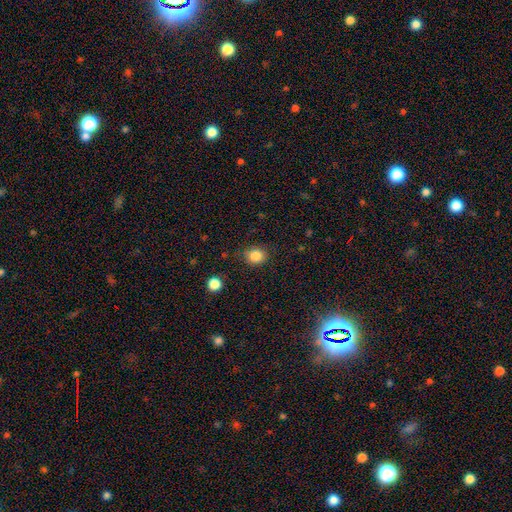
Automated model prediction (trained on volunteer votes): Smooth or featured?
  - smooth: 84% *
  - star or artifact: 11%
  - featured or disk: 5%
How rounded?
  - round: 73% *
  - in between: 26%
  - cigar-shaped: 1%
Merging?
  - none: 81% *
  - minor disturbance: 14%
  - major disturbance: 4%
  - merger: 2%